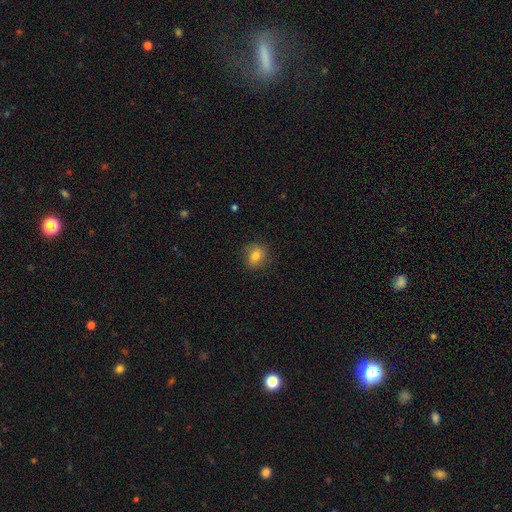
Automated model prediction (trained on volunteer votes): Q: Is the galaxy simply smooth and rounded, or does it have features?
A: smooth — 75%.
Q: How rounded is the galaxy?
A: round — 64%.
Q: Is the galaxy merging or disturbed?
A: none — 82%.